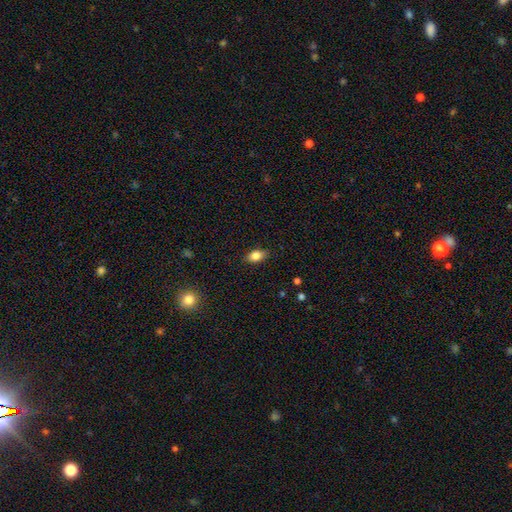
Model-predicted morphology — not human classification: The model was most divided on "smooth or featured": smooth: 83%, star or artifact: 8%, featured or disk: 8%. More confident: how rounded — in between (86%); merging — none (86%).